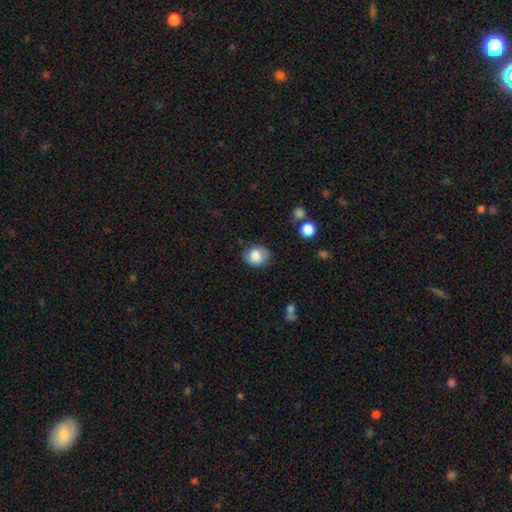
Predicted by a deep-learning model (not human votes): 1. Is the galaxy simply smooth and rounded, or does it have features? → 83% smooth, 8% featured or disk, 8% star or artifact.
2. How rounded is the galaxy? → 59% round, 40% in between, 1% cigar-shaped.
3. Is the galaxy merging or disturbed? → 73% none, 20% minor disturbance, 5% major disturbance, 2% merger.